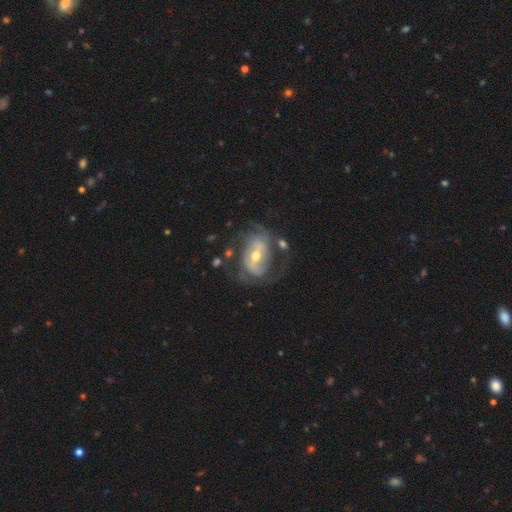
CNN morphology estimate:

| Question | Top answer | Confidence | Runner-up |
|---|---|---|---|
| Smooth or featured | featured or disk | 83% | smooth (11%) |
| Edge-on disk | no | 96% | yes (4%) |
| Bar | weak | 41% | strong (33%) |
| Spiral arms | yes | 89% | no (11%) |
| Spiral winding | medium | 42% | tight (36%) |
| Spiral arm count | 2 | 56% | can't tell (21%) |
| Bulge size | moderate | 61% | small (33%) |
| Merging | none | 56% | minor disturbance (20%) |